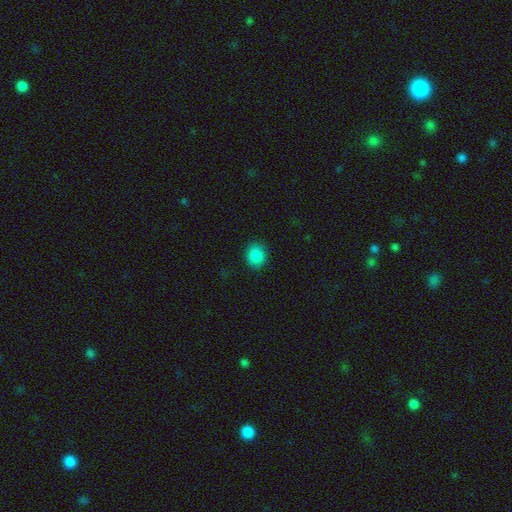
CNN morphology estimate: The model was most divided on "how rounded": round: 67%, in between: 32%, cigar-shaped: 1%. More confident: merging — none (89%); smooth or featured — smooth (87%).